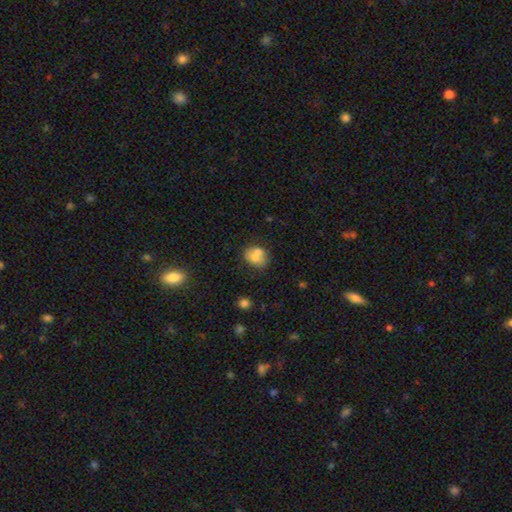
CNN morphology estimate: Overall: smooth (68%). How rounded: round (50%; in between 49%). Merging: none (42%; merger 38%).